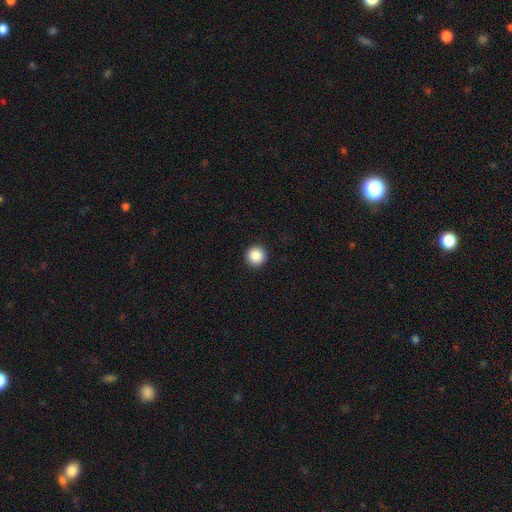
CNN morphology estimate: A smooth galaxy with no disk features (88%) that is round (96%). Merging: none (94%).